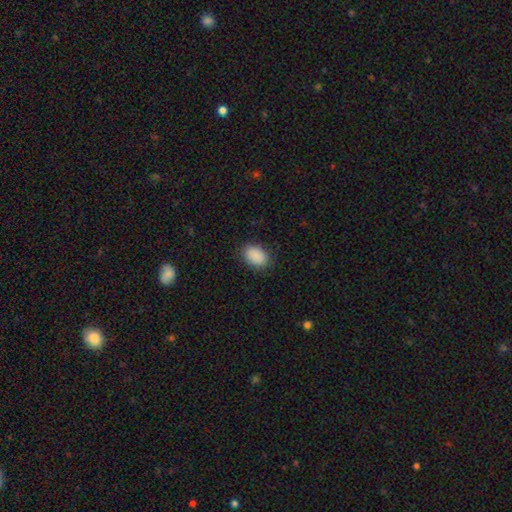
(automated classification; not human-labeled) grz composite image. It shows a smooth galaxy with no disk features (90%) that is in between round and cigar-shaped (86%). Merging: none (87%).